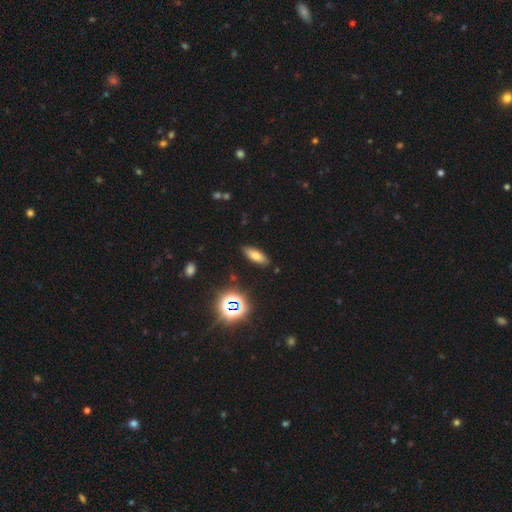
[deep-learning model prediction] smooth 70%, star or artifact 17%, featured or disk 13%. Down the decision tree: how rounded — in between (70%); merging — none (86%).